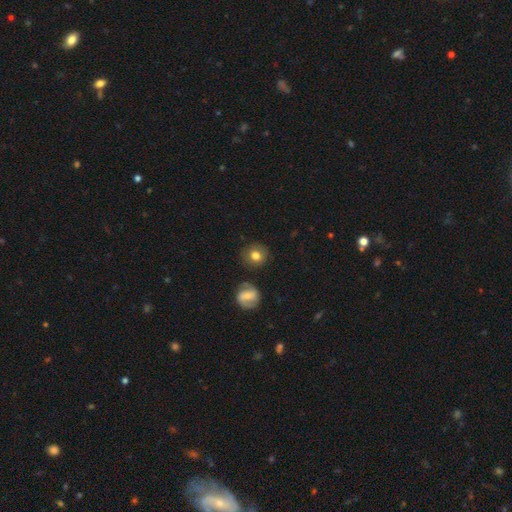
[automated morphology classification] A smooth galaxy with no disk features (77%) that is round (87%). Merging: none (83%).